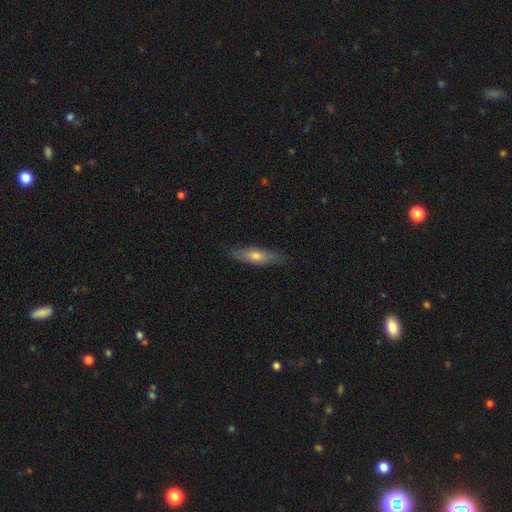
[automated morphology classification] smooth-or-featured: smooth: 49% | featured or disk: 44% | star or artifact: 8%
  merging: none: 85% | minor disturbance: 11% | major disturbance: 2% | merger: 1%